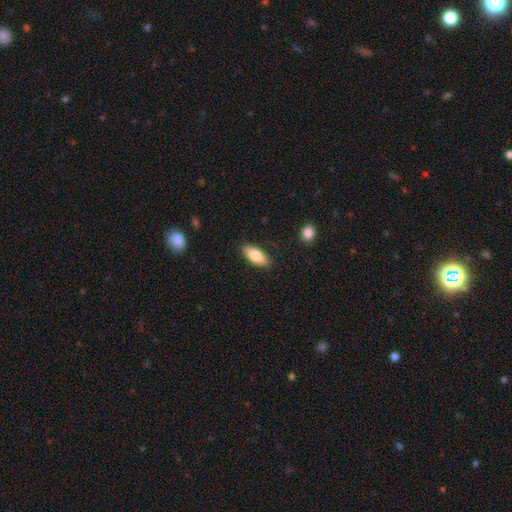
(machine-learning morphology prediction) A smooth galaxy with no disk features (79%) that is in between round and cigar-shaped (82%). Merging: none (87%).